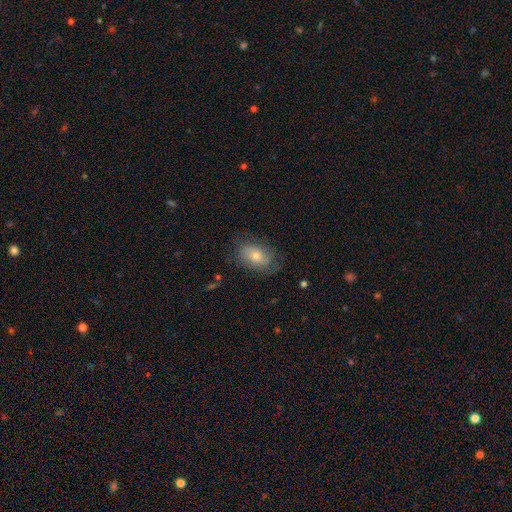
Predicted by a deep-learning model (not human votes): Smooth or featured? Predicted: smooth (p=0.65). How rounded? Predicted: in between (p=0.85). Merging? Predicted: none (p=0.74).